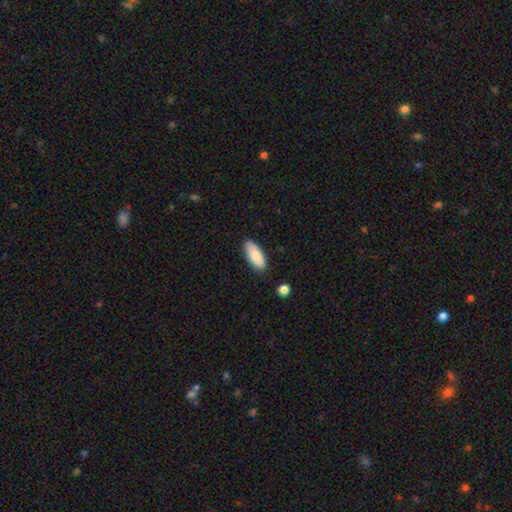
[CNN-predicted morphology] smooth_or_featured: smooth (p=0.84) [alt: featured or disk p=0.10]
how_rounded: in between (p=0.85) [alt: cigar-shaped p=0.13]
merging: none (p=0.86) [alt: minor disturbance p=0.11]